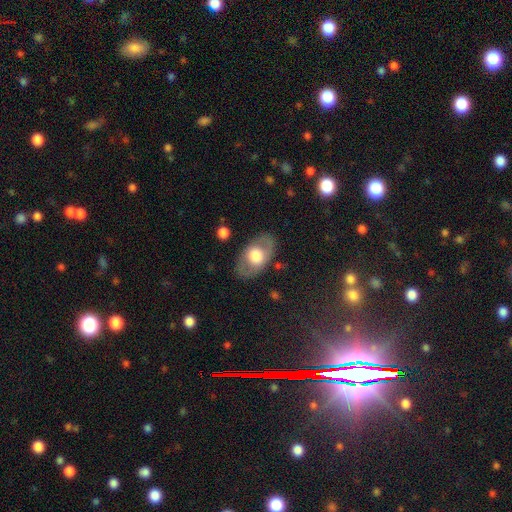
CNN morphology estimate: A smooth galaxy with no disk features (51%) that is in between round and cigar-shaped (87%).

Vote fractions:
- Smooth or featured? smooth: 51% / featured or disk: 43% / star or artifact: 6%
- How rounded? in between: 87% / round: 11% / cigar-shaped: 2%
- Merging? none: 81% / minor disturbance: 13% / major disturbance: 5% / merger: 1%